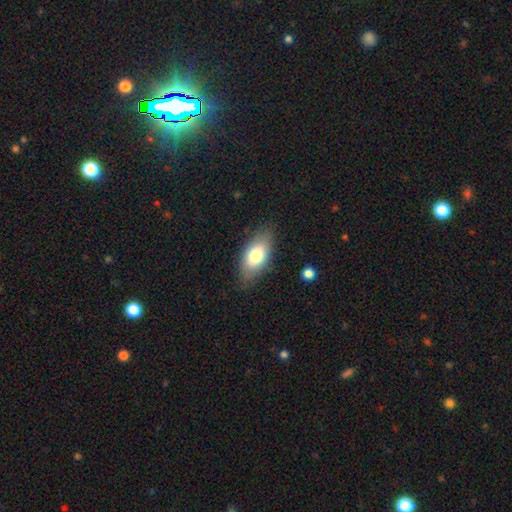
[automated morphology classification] A smooth galaxy with no disk features (74%) that is in between round and cigar-shaped (90%). Merging: none (80%).